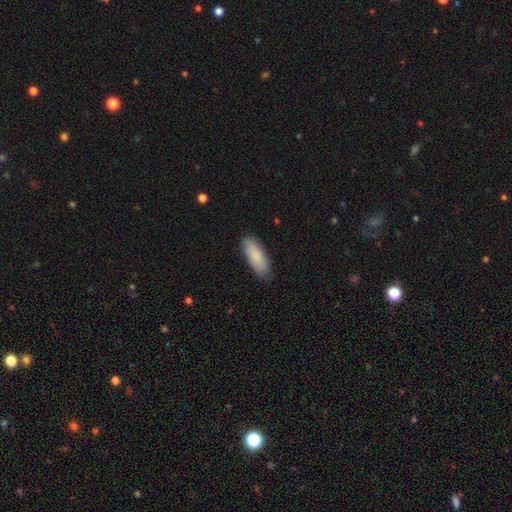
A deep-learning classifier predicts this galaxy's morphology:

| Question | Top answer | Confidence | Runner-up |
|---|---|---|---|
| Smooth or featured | smooth | 86% | featured or disk (8%) |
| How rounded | in between | 69% | cigar-shaped (30%) |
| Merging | none | 81% | minor disturbance (15%) |